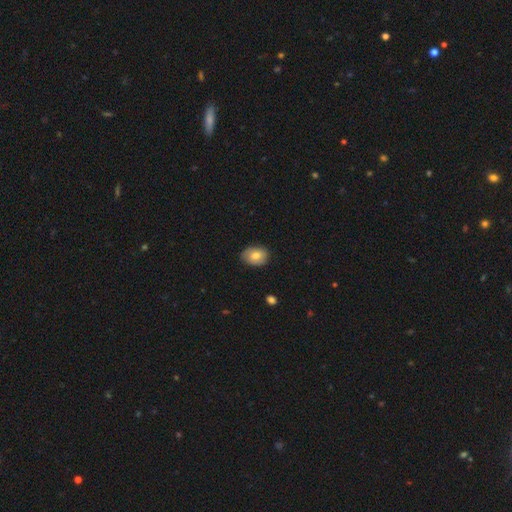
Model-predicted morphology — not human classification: A smooth galaxy with no disk features (65%) that is in between round and cigar-shaped (70%).

Vote fractions:
- Smooth or featured? smooth: 65% / featured or disk: 27% / star or artifact: 8%
- How rounded? in between: 70% / round: 28% / cigar-shaped: 1%
- Merging? none: 76% / minor disturbance: 19% / major disturbance: 3% / merger: 1%